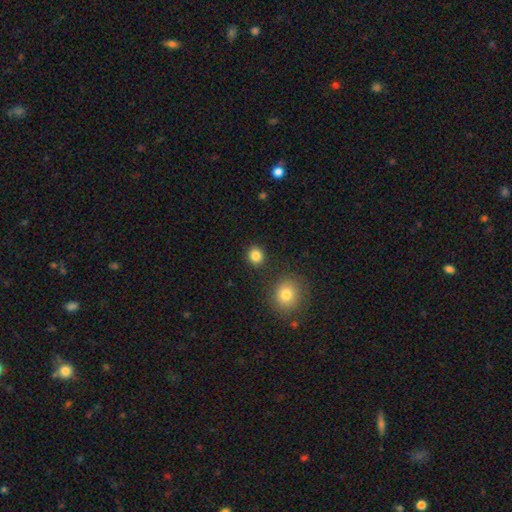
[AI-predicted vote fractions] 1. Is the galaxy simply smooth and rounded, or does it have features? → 84% smooth, 11% star or artifact, 4% featured or disk.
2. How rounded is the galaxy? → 82% round, 17% in between, 1% cigar-shaped.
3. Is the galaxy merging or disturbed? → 88% none, 6% minor disturbance, 4% merger, 2% major disturbance.